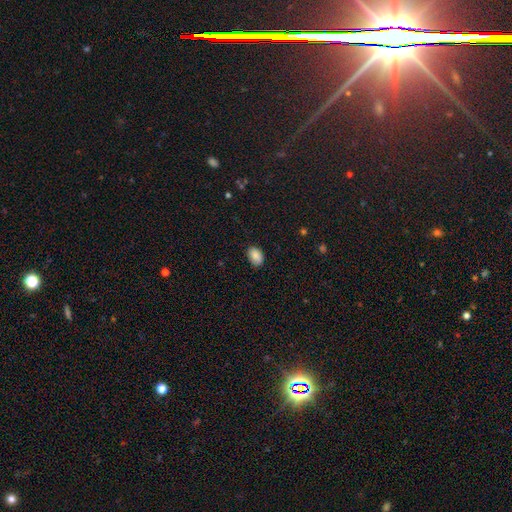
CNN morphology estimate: type=smooth (87%); roundness=in between (85%); merging=none (84%).